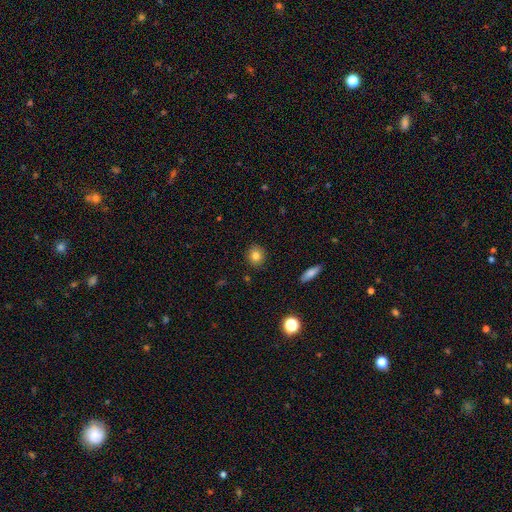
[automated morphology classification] Smooth or featured? smooth (82%)
How rounded? round (78%)
Merging? none (90%)